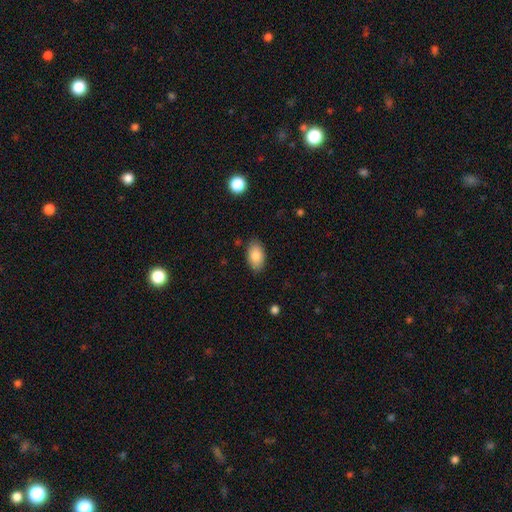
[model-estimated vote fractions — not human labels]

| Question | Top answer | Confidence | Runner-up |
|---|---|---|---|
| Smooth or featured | smooth | 85% | featured or disk (8%) |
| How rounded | in between | 94% | round (5%) |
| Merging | none | 85% | minor disturbance (11%) |